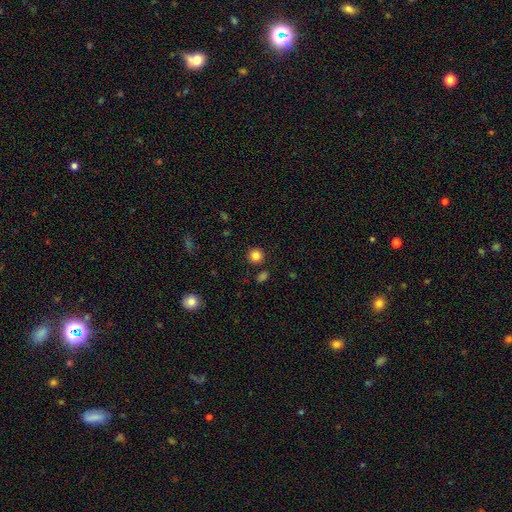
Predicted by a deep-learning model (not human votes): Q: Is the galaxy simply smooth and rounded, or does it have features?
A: smooth — 84%.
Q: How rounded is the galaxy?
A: round — 93%.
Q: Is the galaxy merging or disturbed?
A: none — 89%.